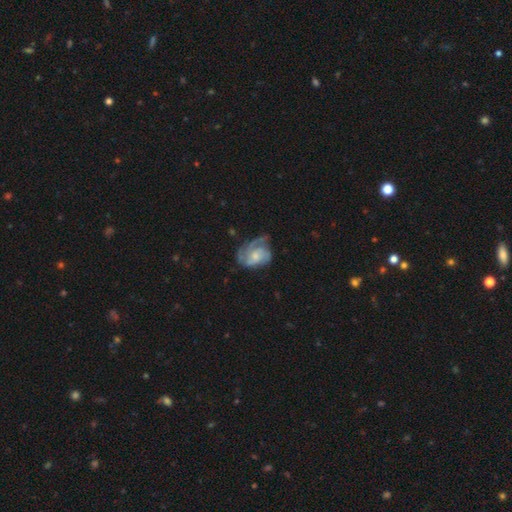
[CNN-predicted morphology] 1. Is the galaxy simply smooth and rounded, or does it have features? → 74% featured or disk, 19% smooth, 6% star or artifact.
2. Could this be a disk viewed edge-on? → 98% no, 2% yes.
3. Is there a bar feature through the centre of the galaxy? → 71% no, 25% weak, 4% strong.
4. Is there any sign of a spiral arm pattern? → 90% yes, 10% no.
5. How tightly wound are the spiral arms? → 42% medium, 41% tight, 17% loose.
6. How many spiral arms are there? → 29% 2, 26% 3, 25% can't tell, 10% 1, 6% 4, 4% more than 4.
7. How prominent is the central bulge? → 50% small, 36% moderate, 8% none, 4% large, 1% dominant.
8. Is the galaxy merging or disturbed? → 47% none, 27% minor disturbance, 24% major disturbance, 2% merger.